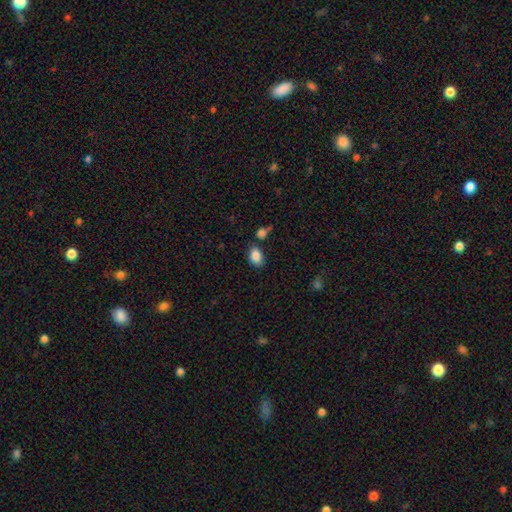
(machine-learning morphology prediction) smooth_or_featured: smooth (p=0.87) [alt: star or artifact p=0.08]
how_rounded: in between (p=0.84) [alt: round p=0.15]
merging: none (p=0.75) [alt: minor disturbance p=0.13]